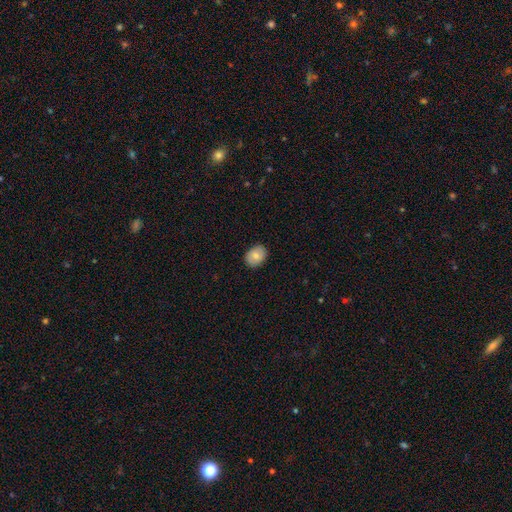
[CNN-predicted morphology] Smooth or featured? Predicted: smooth (p=0.77). How rounded? Predicted: in between (p=0.64). Merging? Predicted: none (p=0.87).